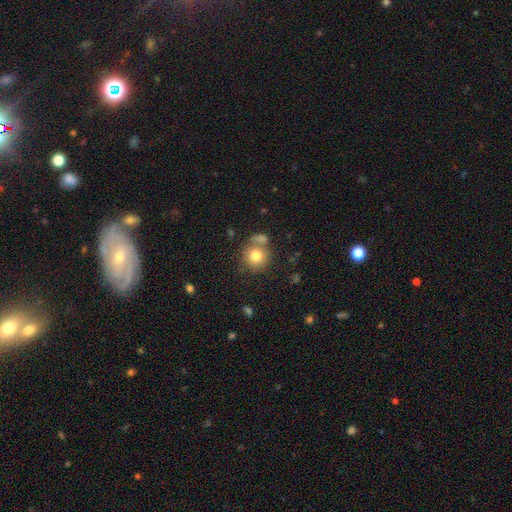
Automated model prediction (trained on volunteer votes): Smooth or featured? smooth (78%)
How rounded? round (89%)
Merging? none (60%)